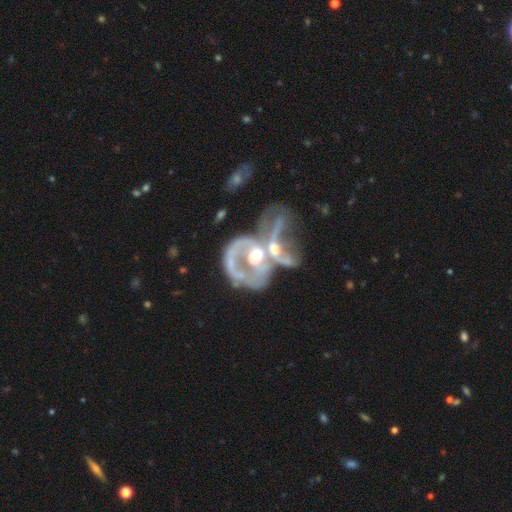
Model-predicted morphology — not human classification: smooth-or-featured: featured or disk: 77% | smooth: 14% | star or artifact: 9%
  disk-edge-on: no: 97% | yes: 3%
    bar: no: 78% | weak: 16% | strong: 6%
    has-spiral-arms: no: 54% | yes: 46%
    bulge-size: moderate: 67% | small: 16% | large: 8% | none: 6% | dominant: 2%
  merging: merger: 70% | major disturbance: 17% | none: 8% | minor disturbance: 5%